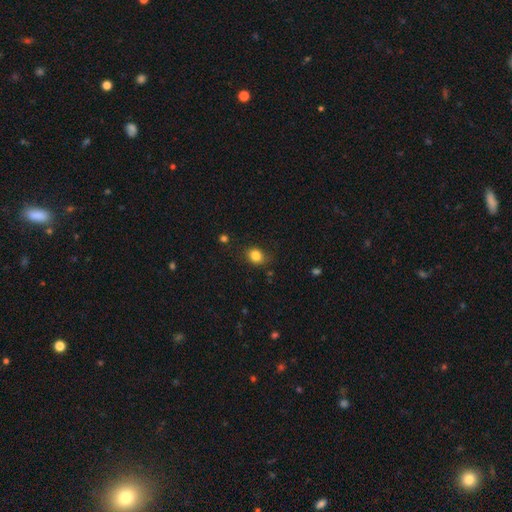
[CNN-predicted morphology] smooth_or_featured: smooth (p=0.83) [alt: star or artifact p=0.11]
how_rounded: round (p=0.56) [alt: in between p=0.43]
merging: none (p=0.79) [alt: minor disturbance p=0.15]